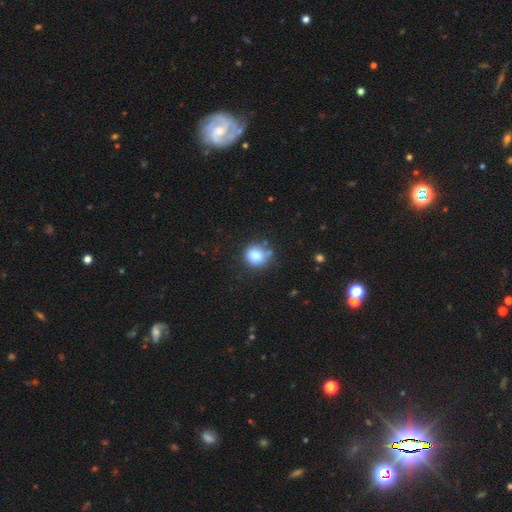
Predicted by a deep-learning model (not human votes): The model was most divided on "merging": none: 64%, minor disturbance: 21%, merger: 9%, major disturbance: 6%. More confident: how rounded — round (84%); smooth or featured — smooth (82%).